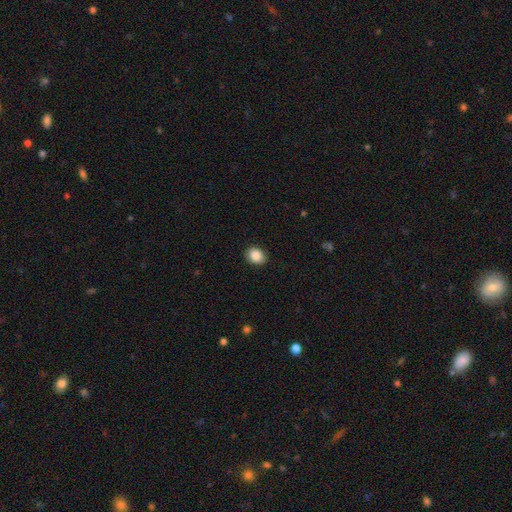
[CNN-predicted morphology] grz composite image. It shows a smooth galaxy with no disk features (88%) that is round (51%). Merging: none (90%).